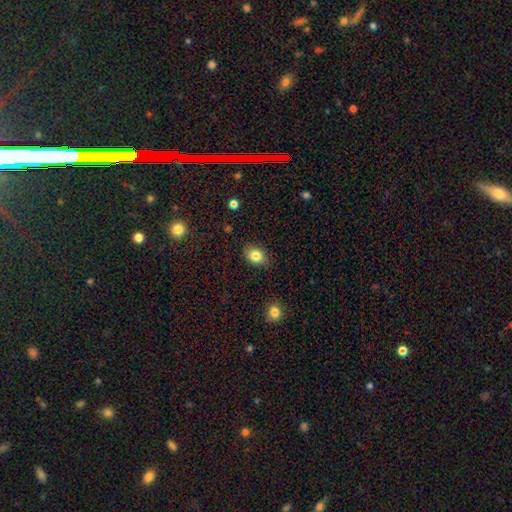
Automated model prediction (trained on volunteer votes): smooth-or-featured: smooth: 83% | star or artifact: 9% | featured or disk: 8%
  how-rounded: in between: 70% | round: 29% | cigar-shaped: 1%
  merging: none: 85% | minor disturbance: 12% | major disturbance: 2% | merger: 1%